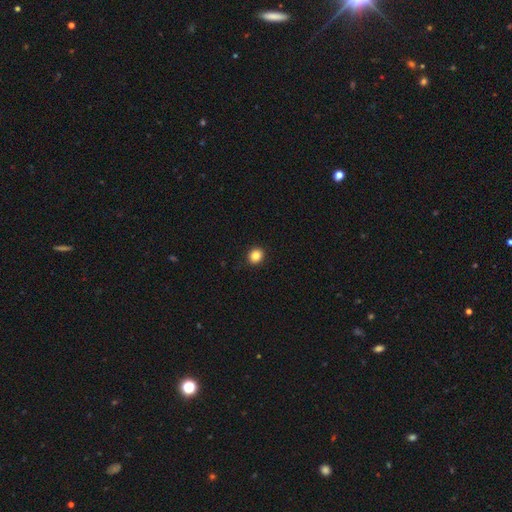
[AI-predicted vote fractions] Smooth or featured: smooth — 85% (star or artifact — 11%)
How rounded: round — 84% (in between — 15%)
Merging: none — 93% (minor disturbance — 5%)